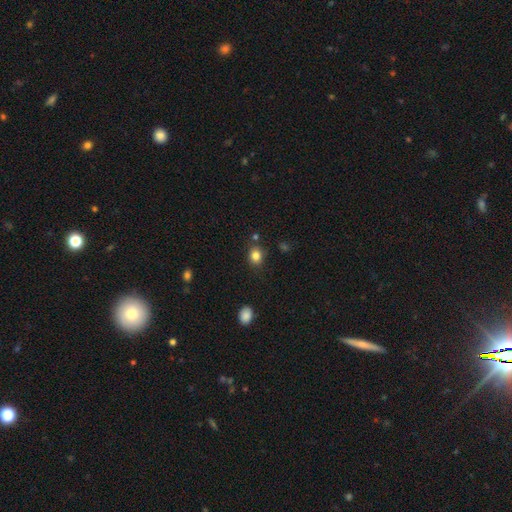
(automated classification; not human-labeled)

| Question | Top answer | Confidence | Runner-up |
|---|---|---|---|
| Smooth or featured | smooth | 83% | star or artifact (11%) |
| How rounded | round | 61% | in between (38%) |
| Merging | none | 81% | minor disturbance (12%) |